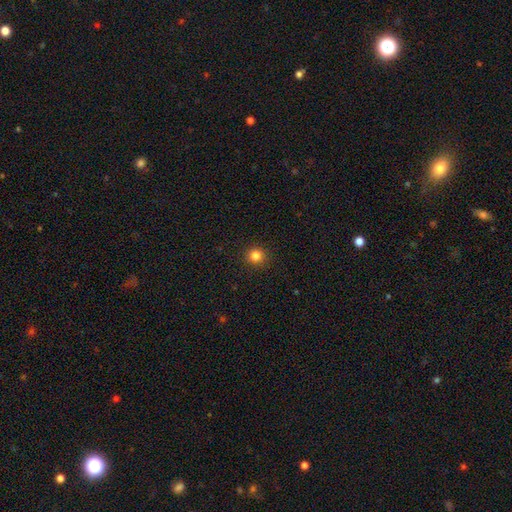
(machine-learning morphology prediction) Smooth or featured? smooth (83%)
How rounded? round (94%)
Merging? none (92%)